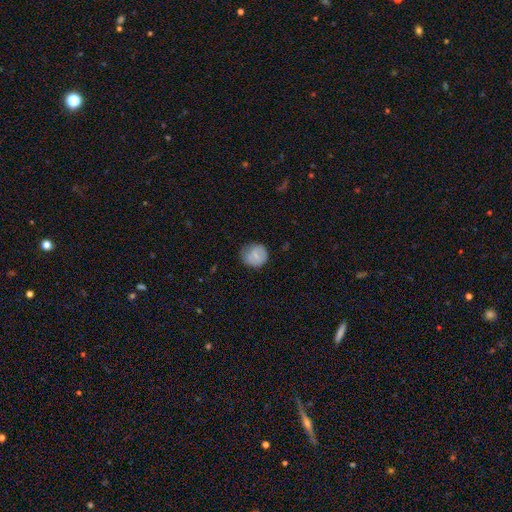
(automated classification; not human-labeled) smooth 70%, featured or disk 22%, star or artifact 8%. Down the decision tree: how rounded — round (81%); merging — none (62%).